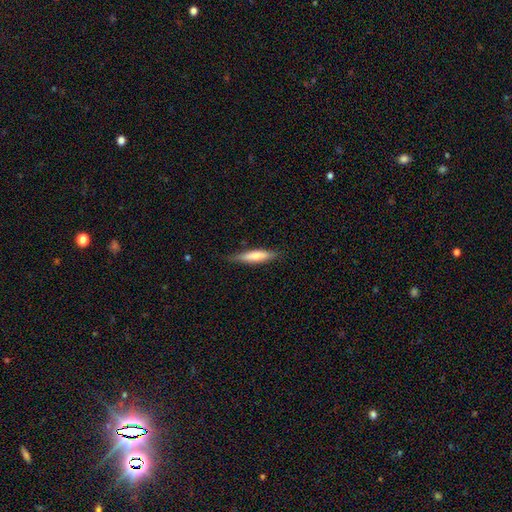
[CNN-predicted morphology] A smooth galaxy with no disk features (71%) that is cigar-shaped (81%). Merging: none (78%).